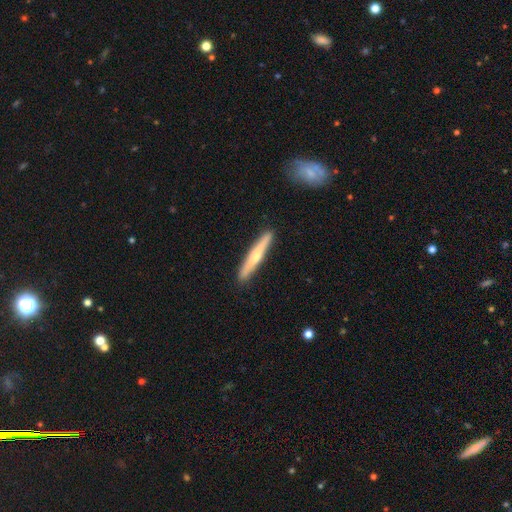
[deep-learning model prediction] This is possibly a smooth galaxy (48%). Merging: clearly none (90%).